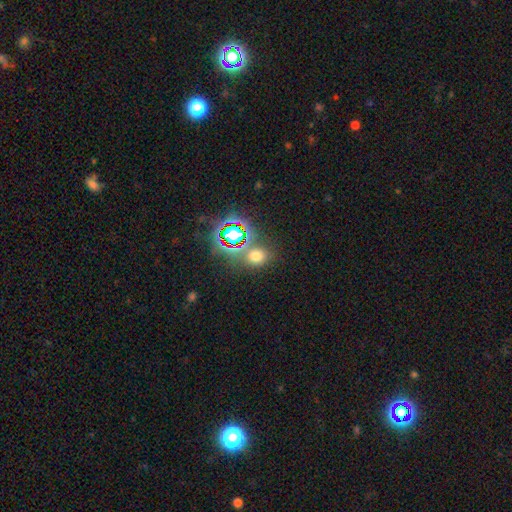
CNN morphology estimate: Smooth or featured?
  - smooth: 57% *
  - star or artifact: 35%
  - featured or disk: 8%
How rounded?
  - round: 59% *
  - in between: 40%
  - cigar-shaped: 2%
Merging?
  - none: 72% *
  - merger: 12%
  - minor disturbance: 11%
  - major disturbance: 5%